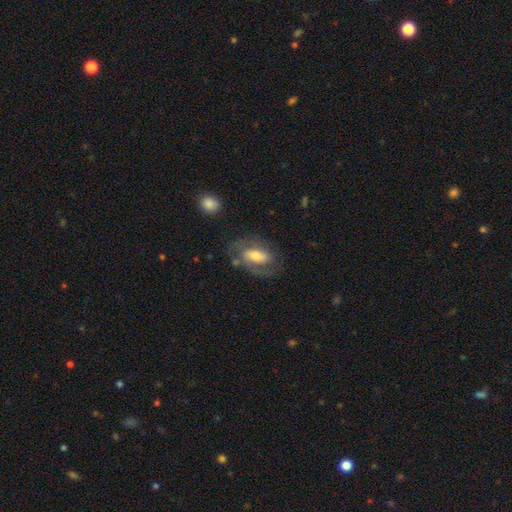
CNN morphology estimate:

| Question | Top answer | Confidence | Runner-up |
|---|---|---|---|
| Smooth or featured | featured or disk | 57% | smooth (36%) |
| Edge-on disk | no | 90% | yes (10%) |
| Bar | no | 35% | weak (34%) |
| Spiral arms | yes | 70% | no (30%) |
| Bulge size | moderate | 56% | small (23%) |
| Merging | none | 63% | minor disturbance (19%) |